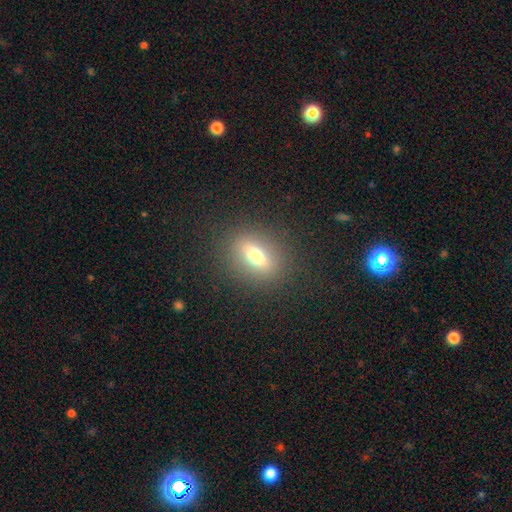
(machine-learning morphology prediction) A smooth galaxy with no disk features (65%) that is in between round and cigar-shaped (64%). Merging: none (86%).